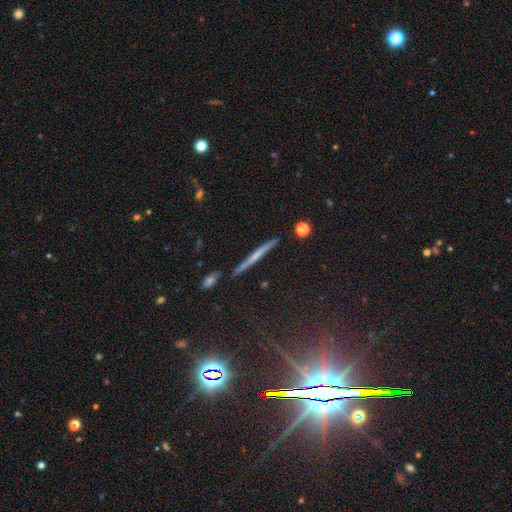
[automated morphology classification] A featured or disk galaxy (55%) viewed edge-on (96%) with no central bulge (61%).

Vote fractions:
- Smooth or featured? featured or disk: 55% / smooth: 34% / star or artifact: 11%
- Edge-on disk? yes: 96% / no: 4%
- Edge-on bulge? none: 61% / rounded: 31% / boxy: 8%
- Merging? none: 87% / minor disturbance: 9% / merger: 2% / major disturbance: 2%